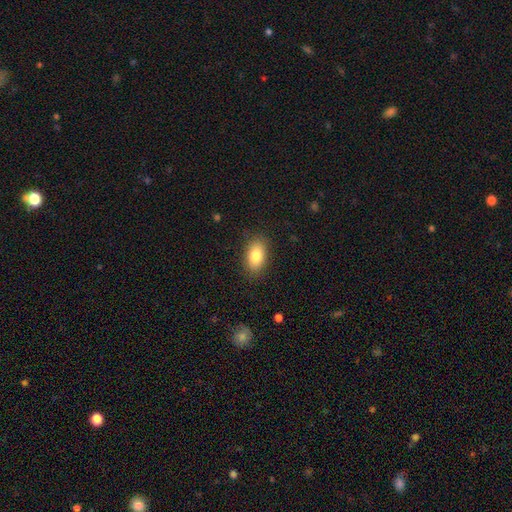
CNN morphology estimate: This appears to be a smooth galaxy with no disk features (83%) that is in between round and cigar-shaped (90%). Merging: none (87%).